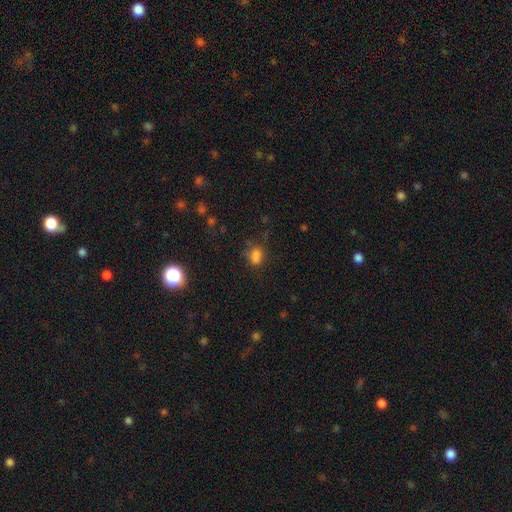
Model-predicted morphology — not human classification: A smooth galaxy with no disk features (73%) that is in between round and cigar-shaped (65%).

Vote fractions:
- Smooth or featured? smooth: 73% / star or artifact: 17% / featured or disk: 10%
- How rounded? in between: 65% / round: 33% / cigar-shaped: 2%
- Merging? none: 51% / minor disturbance: 23% / major disturbance: 14% / merger: 11%